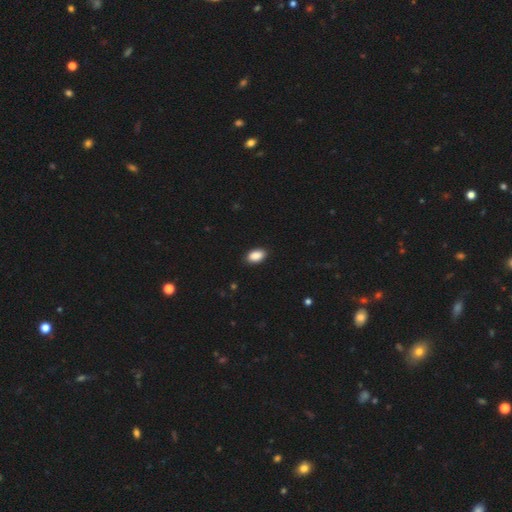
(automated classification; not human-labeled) A smooth galaxy with no disk features (90%) that is in between round and cigar-shaped (93%).

Vote fractions:
- Smooth or featured? smooth: 90% / star or artifact: 7% / featured or disk: 3%
- How rounded? in between: 93% / round: 5% / cigar-shaped: 2%
- Merging? none: 89% / minor disturbance: 9% / major disturbance: 2% / merger: 1%